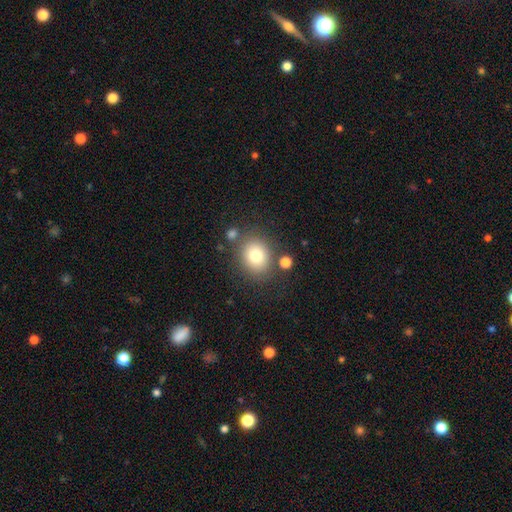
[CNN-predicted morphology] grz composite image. It shows a smooth galaxy with no disk features (77%) that is round (69%). Merging: none (77%).